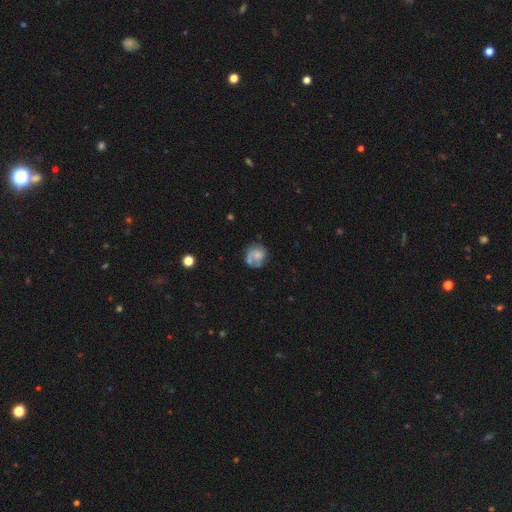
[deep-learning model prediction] The model was most divided on "smooth or featured": featured or disk: 51%, smooth: 40%, star or artifact: 9%. More confident: edge-on disk — no (98%); merging — none (54%).